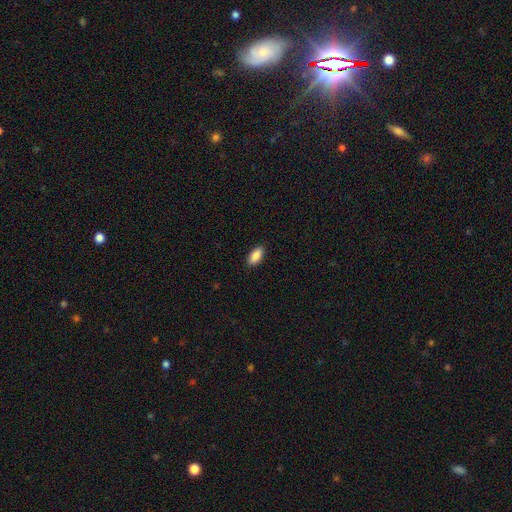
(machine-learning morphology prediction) A smooth galaxy with no disk features (89%) that is in between round and cigar-shaped (92%). Merging: none (89%).